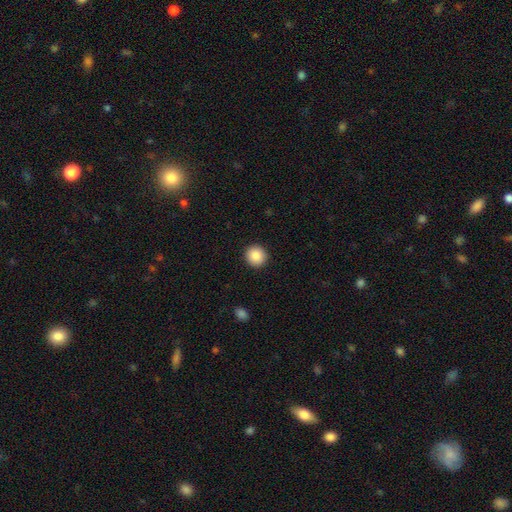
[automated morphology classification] type=smooth (88%); roundness=round (93%); merging=none (93%).